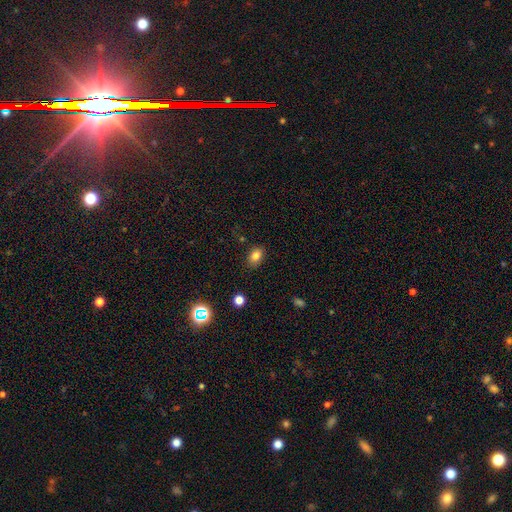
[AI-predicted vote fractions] This is clearly a smooth galaxy (81%). How rounded: likely in between (76%). Merging: clearly none (85%).